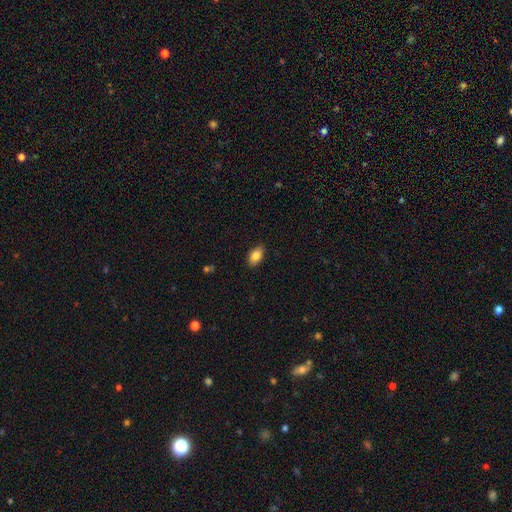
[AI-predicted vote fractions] Morphology: type=smooth (86%); roundness=in between (91%); merging=none (87%).